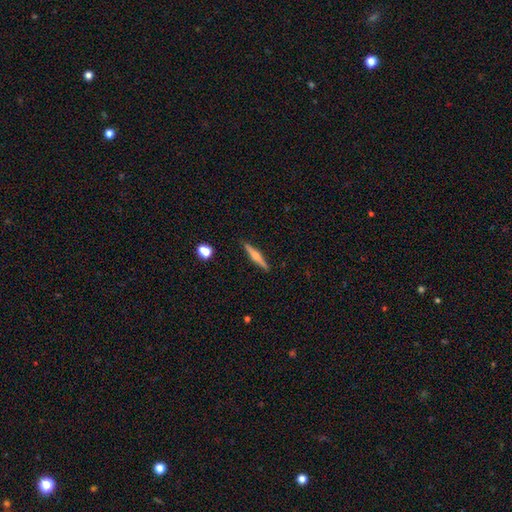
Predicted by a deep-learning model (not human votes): Morphology: type=featured or disk (56%); edge-on=yes (98%); edge-on bulge=rounded (78%); merging=none (90%).